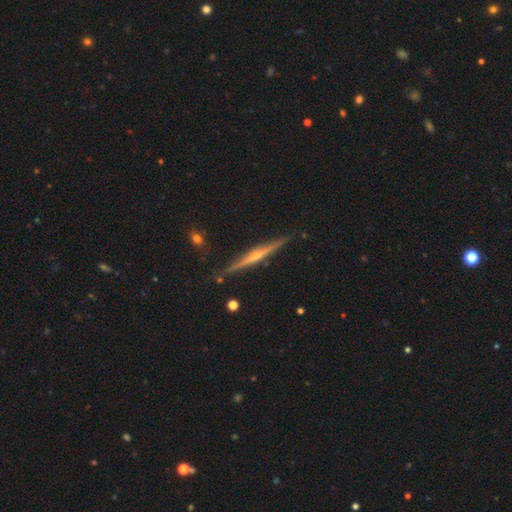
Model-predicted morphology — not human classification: smooth_or_featured: featured or disk (p=0.81) [alt: smooth p=0.13]
disk_edge_on: yes (p=0.98) [alt: no p=0.02]
edge_on_bulge: rounded (p=0.80) [alt: none p=0.15]
merging: none (p=0.88) [alt: minor disturbance p=0.09]